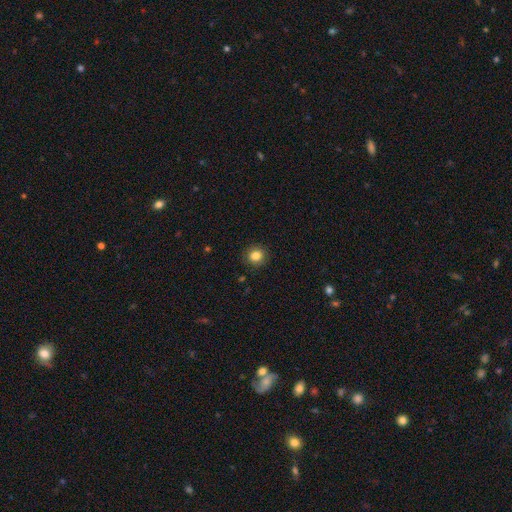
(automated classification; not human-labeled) smooth-or-featured: smooth: 84% | star or artifact: 11% | featured or disk: 5%
  how-rounded: round: 90% | in between: 10% | cigar-shaped: 1%
  merging: none: 91% | minor disturbance: 6% | major disturbance: 2% | merger: 1%